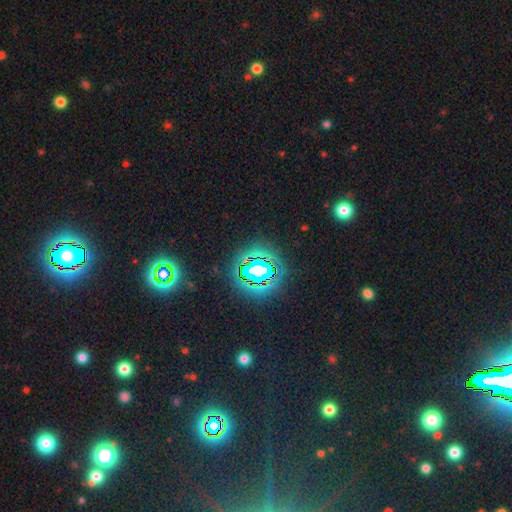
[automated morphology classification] Overall: star or artifact (78%).